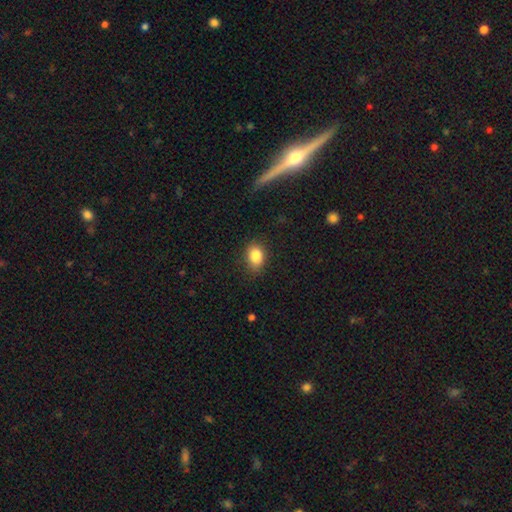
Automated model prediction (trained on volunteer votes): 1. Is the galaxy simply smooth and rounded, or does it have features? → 85% smooth, 9% star or artifact, 6% featured or disk.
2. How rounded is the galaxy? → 76% in between, 23% round, 1% cigar-shaped.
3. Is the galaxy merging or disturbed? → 80% none, 15% minor disturbance, 4% major disturbance, 1% merger.